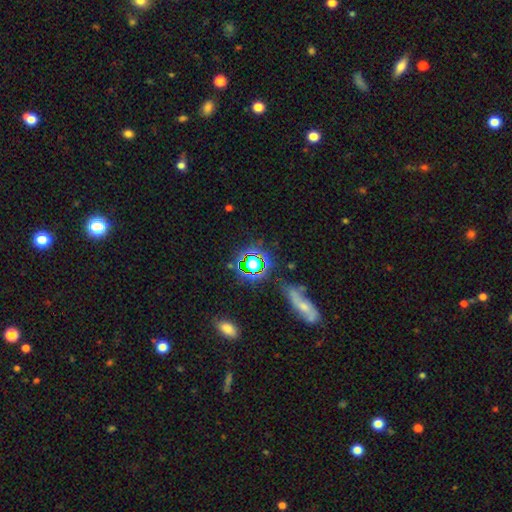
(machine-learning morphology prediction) Smooth or featured: star or artifact — 64% (smooth — 22%)